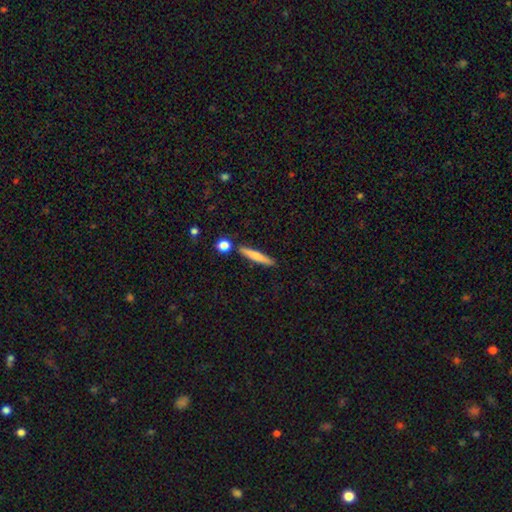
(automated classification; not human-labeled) smooth-or-featured: smooth: 72% | featured or disk: 21% | star or artifact: 7%
  how-rounded: cigar-shaped: 91% | in between: 7% | round: 2%
  merging: none: 84% | minor disturbance: 9% | merger: 5% | major disturbance: 2%